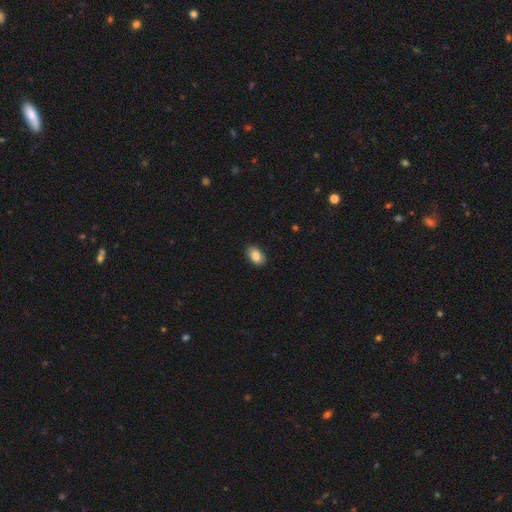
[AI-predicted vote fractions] Smooth or featured? Predicted: smooth (p=0.86). How rounded? Predicted: in between (p=0.90). Merging? Predicted: none (p=0.87).